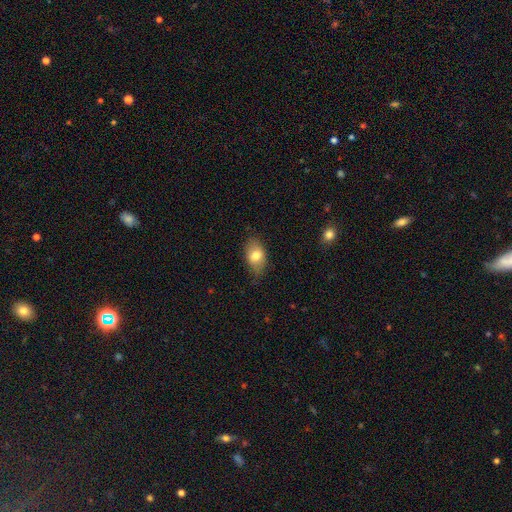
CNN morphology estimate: This appears to be a smooth galaxy with no disk features (75%) that is in between round and cigar-shaped (87%). Merging: none (78%).